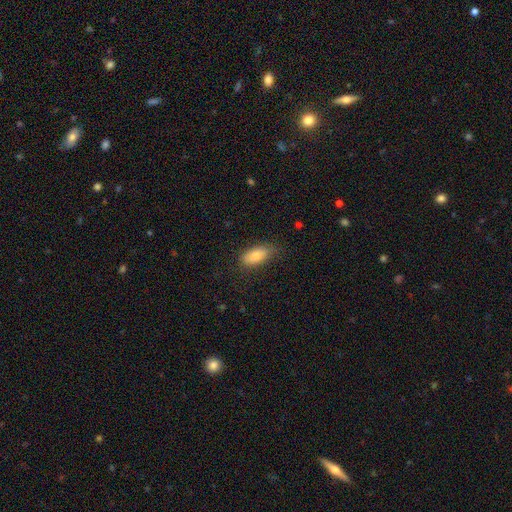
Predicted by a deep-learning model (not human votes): smooth_or_featured: smooth (p=0.84) [alt: featured or disk p=0.09]
how_rounded: in between (p=0.86) [alt: cigar-shaped p=0.12]
merging: none (p=0.77) [alt: minor disturbance p=0.18]